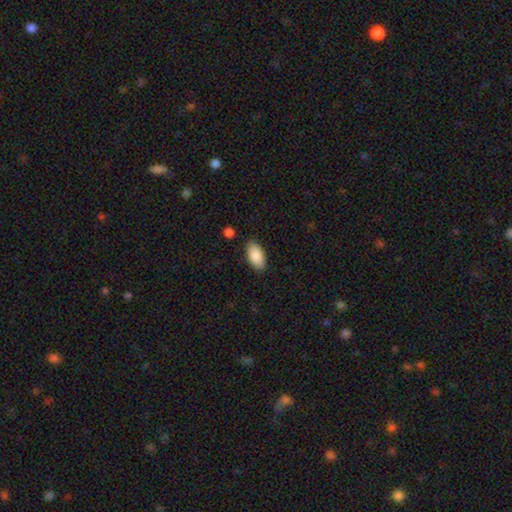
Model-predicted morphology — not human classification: A smooth galaxy with no disk features (89%) that is in between round and cigar-shaped (94%).

Vote fractions:
- Smooth or featured? smooth: 89% / star or artifact: 6% / featured or disk: 5%
- How rounded? in between: 94% / cigar-shaped: 4% / round: 2%
- Merging? none: 85% / minor disturbance: 10% / major disturbance: 2% / merger: 2%